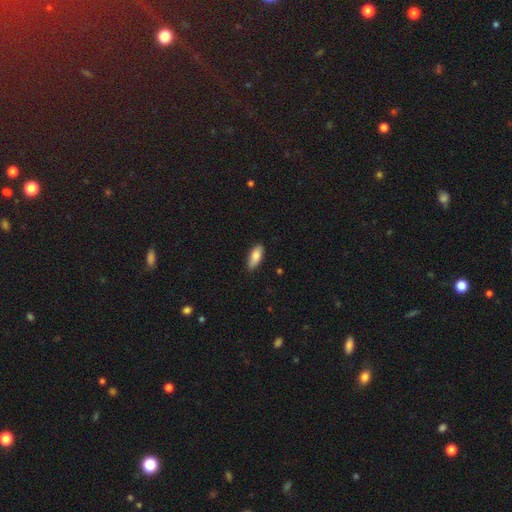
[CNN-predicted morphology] Smooth or featured? smooth (82%)
How rounded? in between (80%)
Merging? none (84%)